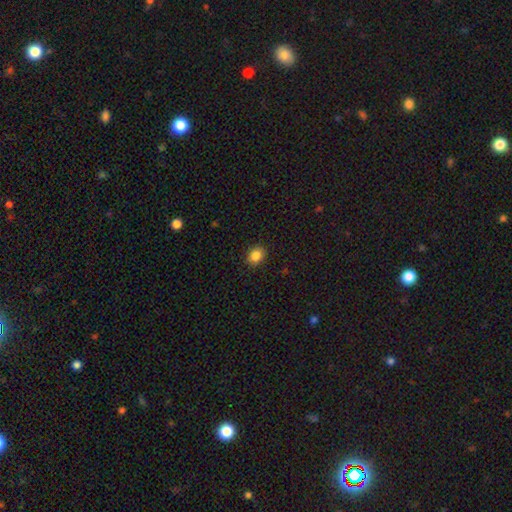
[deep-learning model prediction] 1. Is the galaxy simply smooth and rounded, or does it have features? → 86% smooth, 10% star or artifact, 4% featured or disk.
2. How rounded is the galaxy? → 51% in between, 48% round, 1% cigar-shaped.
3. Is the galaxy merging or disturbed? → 89% none, 8% minor disturbance, 2% major disturbance, 1% merger.